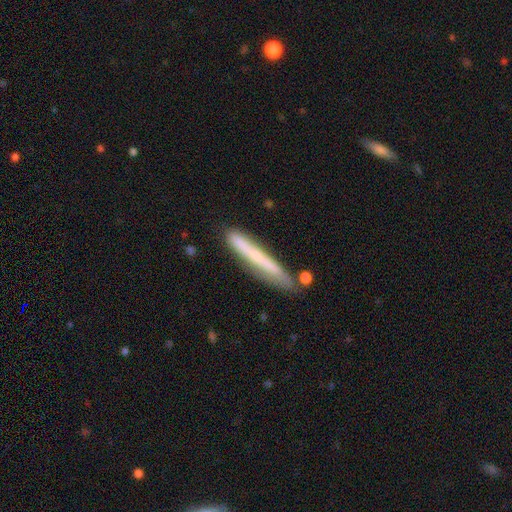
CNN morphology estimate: Q: Smooth or featured?
A: smooth (53%); runner-up: featured or disk (40%)
Q: How rounded?
A: cigar-shaped (95%); runner-up: in between (3%)
Q: Merging?
A: none (76%); runner-up: minor disturbance (15%)